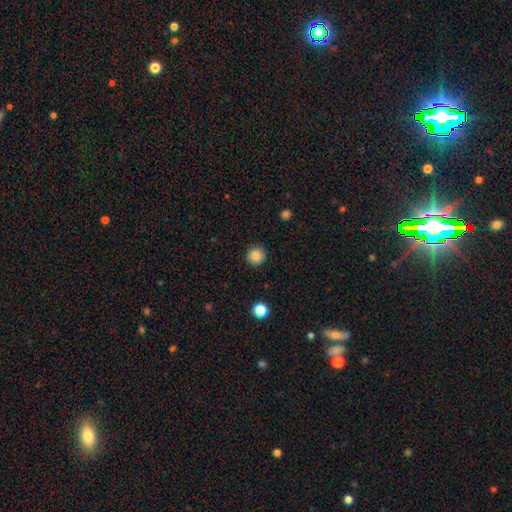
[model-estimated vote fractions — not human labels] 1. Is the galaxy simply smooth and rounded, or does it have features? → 86% smooth, 10% star or artifact, 4% featured or disk.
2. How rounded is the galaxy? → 95% round, 4% in between, 1% cigar-shaped.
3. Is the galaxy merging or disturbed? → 91% none, 6% minor disturbance, 2% major disturbance, 1% merger.